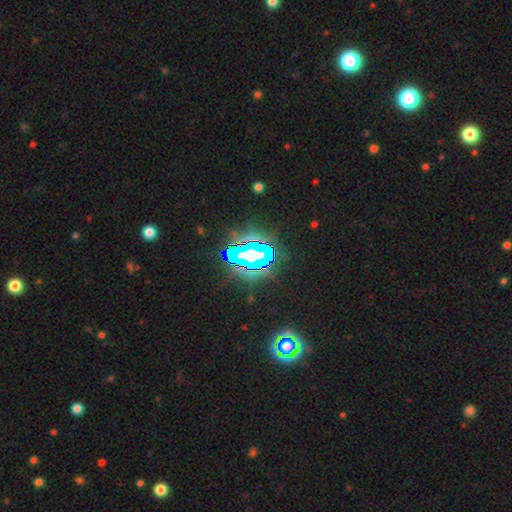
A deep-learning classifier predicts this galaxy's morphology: Smooth or featured? Predicted: star or artifact (p=0.83).